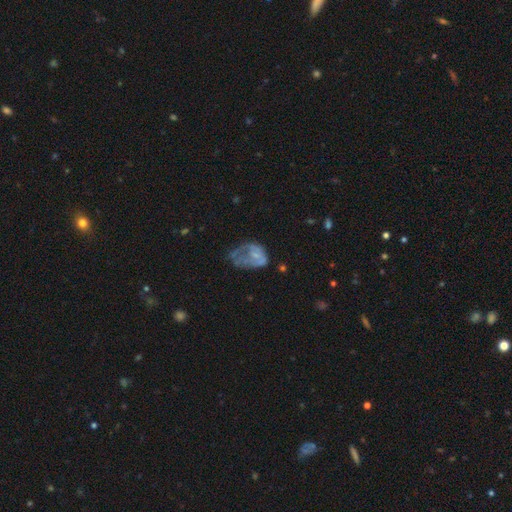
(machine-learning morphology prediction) Smooth or featured? Predicted: featured or disk (p=0.47). Merging? Predicted: major disturbance (p=0.49).